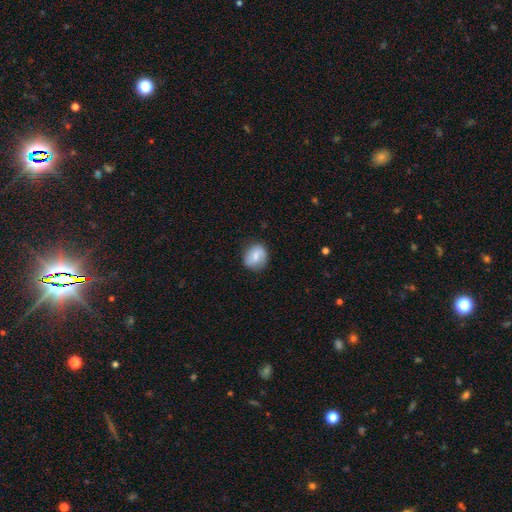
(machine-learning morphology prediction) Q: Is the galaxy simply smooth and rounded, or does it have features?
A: smooth — 63%.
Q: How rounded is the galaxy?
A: round — 65%.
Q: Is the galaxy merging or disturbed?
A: none — 78%.